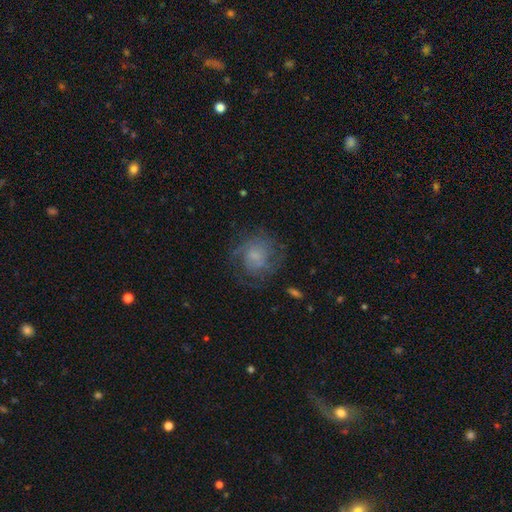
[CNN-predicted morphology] A featured or disk galaxy (57%) with no bar (75%), spiral arms (82%) and a small central bulge (40%).

Vote fractions:
- Smooth or featured? featured or disk: 57% / smooth: 32% / star or artifact: 10%
- Edge-on disk? no: 98% / yes: 2%
- Bar? no: 75% / weak: 22% / strong: 3%
- Spiral arms? yes: 82% / no: 18%
- Bulge size? small: 40% / moderate: 26% / none: 24% / large: 7% / dominant: 2%
- Merging? none: 66% / minor disturbance: 17% / major disturbance: 15% / merger: 2%